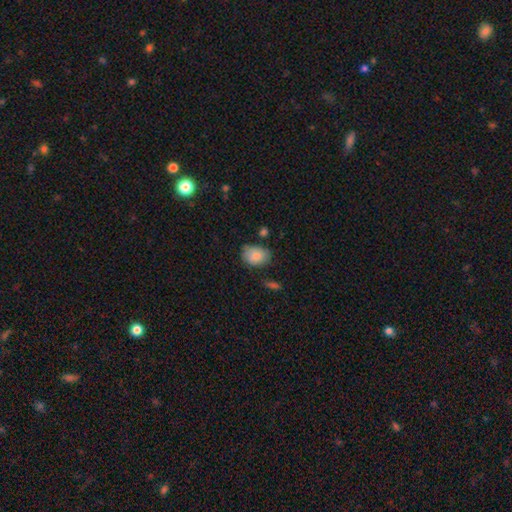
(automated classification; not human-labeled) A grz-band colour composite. It shows a smooth galaxy with no disk features (85%) that is in between round and cigar-shaped (72%). Merging: none (69%).